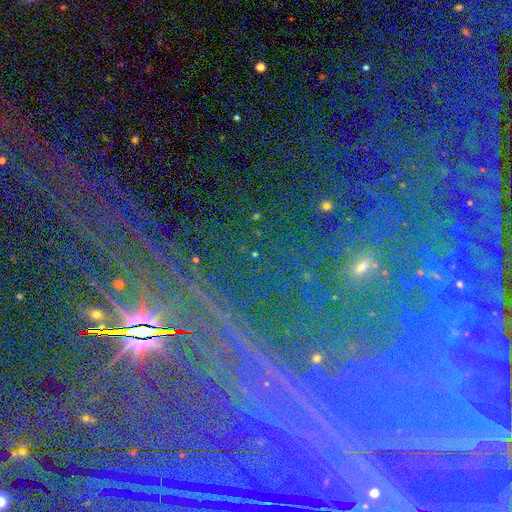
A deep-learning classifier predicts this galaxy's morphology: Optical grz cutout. It shows a star or artifact, not a galaxy (85%).